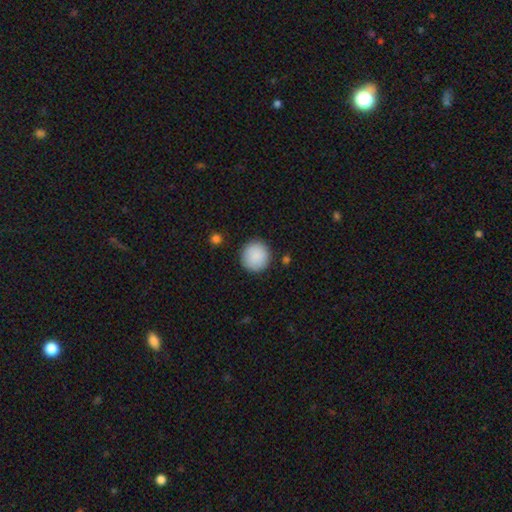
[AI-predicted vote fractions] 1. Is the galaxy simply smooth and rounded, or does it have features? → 89% smooth, 7% star or artifact, 4% featured or disk.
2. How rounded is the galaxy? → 94% round, 5% in between, 1% cigar-shaped.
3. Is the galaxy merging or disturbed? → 90% none, 7% minor disturbance, 2% major disturbance, 2% merger.